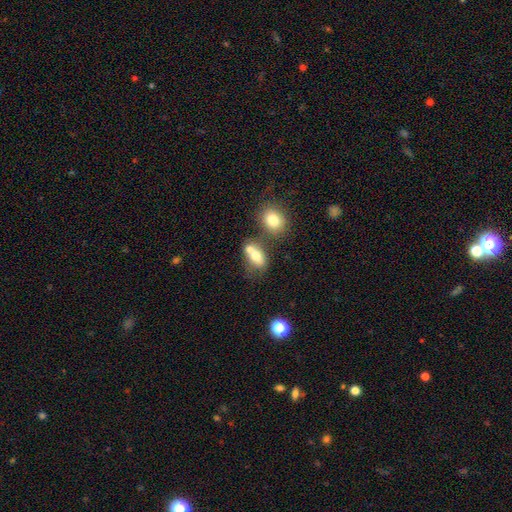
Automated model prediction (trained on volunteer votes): A smooth galaxy with no disk features (71%) that is in between round and cigar-shaped (71%).

Vote fractions:
- Smooth or featured? smooth: 71% / featured or disk: 19% / star or artifact: 10%
- How rounded? in between: 71% / round: 27% / cigar-shaped: 3%
- Merging? merger: 51% / none: 30% / minor disturbance: 12% / major disturbance: 7%